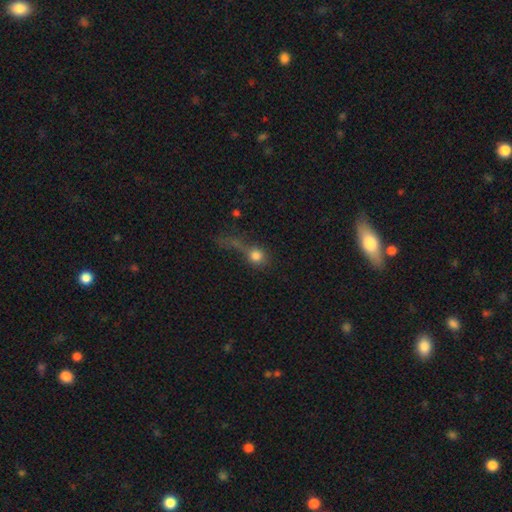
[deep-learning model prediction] Smooth or featured?
  - smooth: 75% *
  - star or artifact: 13%
  - featured or disk: 13%
How rounded?
  - round: 80% *
  - in between: 17%
  - cigar-shaped: 3%
Merging?
  - major disturbance: 34% *
  - none: 29%
  - merger: 22%
  - minor disturbance: 15%